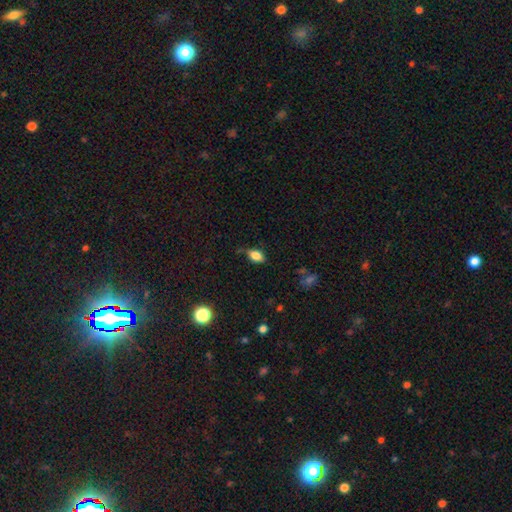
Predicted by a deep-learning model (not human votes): Q: Smooth or featured?
A: smooth (80%); runner-up: featured or disk (10%)
Q: How rounded?
A: in between (88%); runner-up: round (8%)
Q: Merging?
A: none (71%); runner-up: minor disturbance (22%)